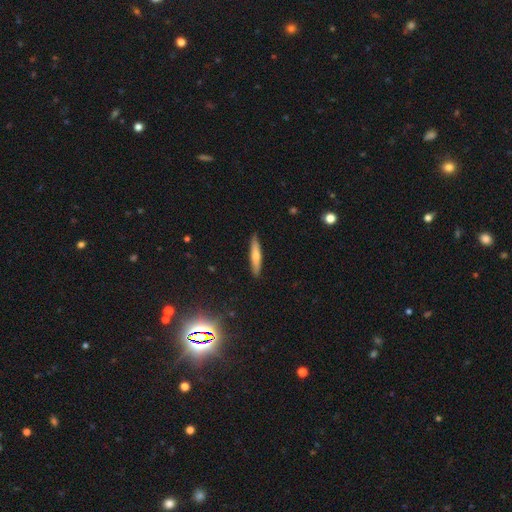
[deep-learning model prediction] Smooth or featured? smooth (65%)
How rounded? cigar-shaped (89%)
Merging? none (89%)